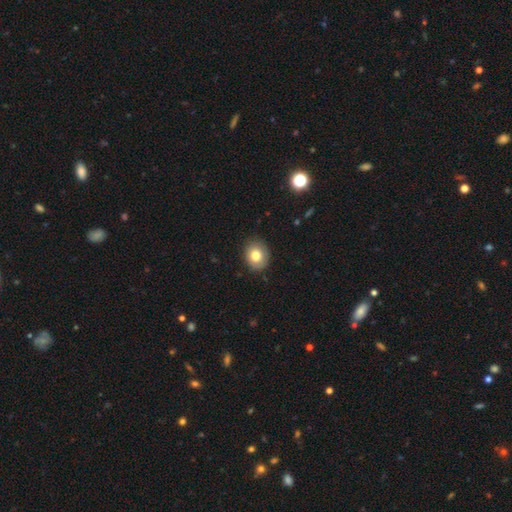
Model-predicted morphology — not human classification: Q: Smooth or featured?
A: smooth (77%); runner-up: featured or disk (14%)
Q: How rounded?
A: round (65%); runner-up: in between (34%)
Q: Merging?
A: none (84%); runner-up: minor disturbance (12%)